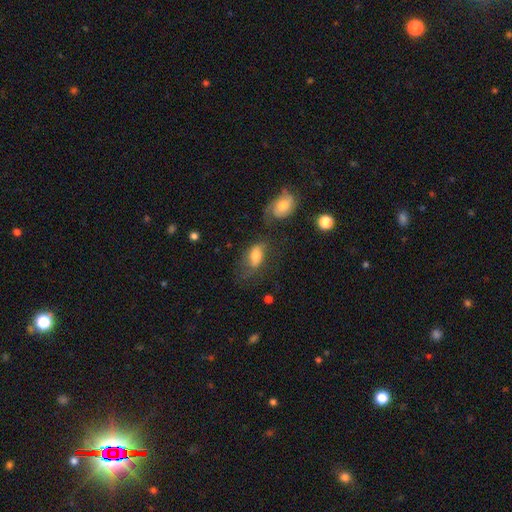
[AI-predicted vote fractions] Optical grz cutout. It shows a smooth galaxy with no disk features (62%) that is in between round and cigar-shaped (88%). Merging: none (42%).